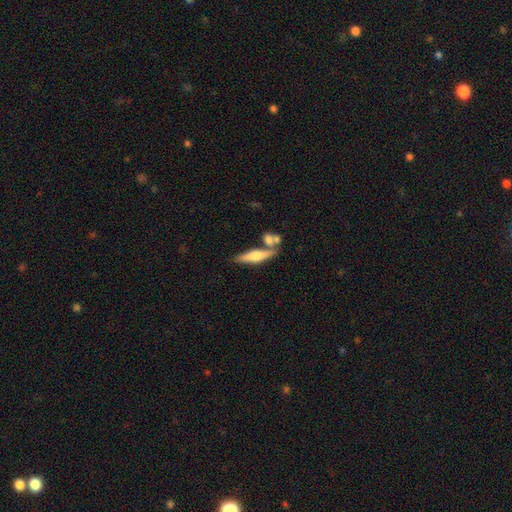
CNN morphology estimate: Smooth or featured?
  - smooth: 49% *
  - featured or disk: 45%
  - star or artifact: 6%
Merging?
  - none: 63% *
  - merger: 20%
  - minor disturbance: 12%
  - major disturbance: 4%